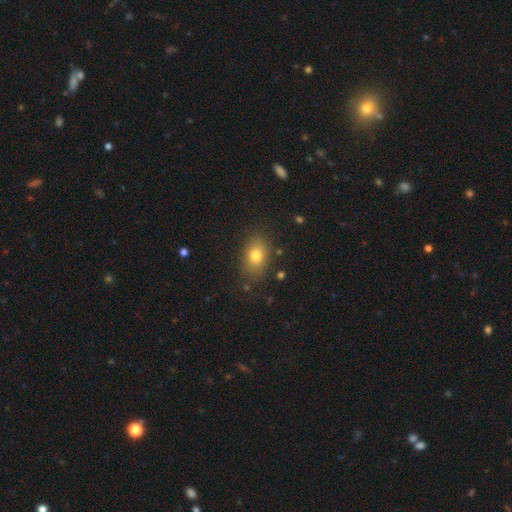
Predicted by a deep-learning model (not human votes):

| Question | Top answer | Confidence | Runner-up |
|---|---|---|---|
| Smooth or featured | smooth | 77% | featured or disk (12%) |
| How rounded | in between | 78% | round (20%) |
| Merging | none | 82% | minor disturbance (13%) |